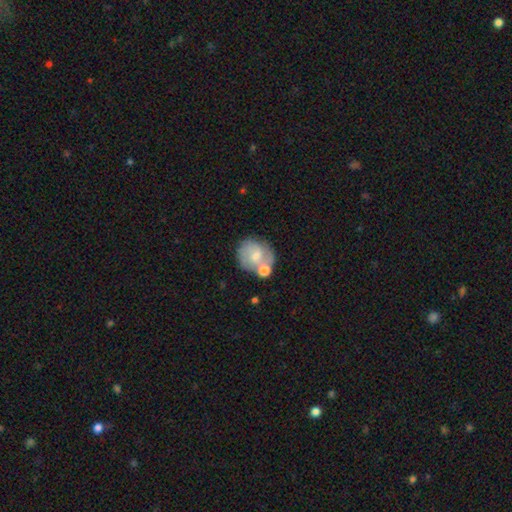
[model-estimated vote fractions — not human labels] Smooth or featured: smooth — 53% (featured or disk — 39%)
How rounded: round — 70% (in between — 29%)
Merging: none — 47% (merger — 28%)